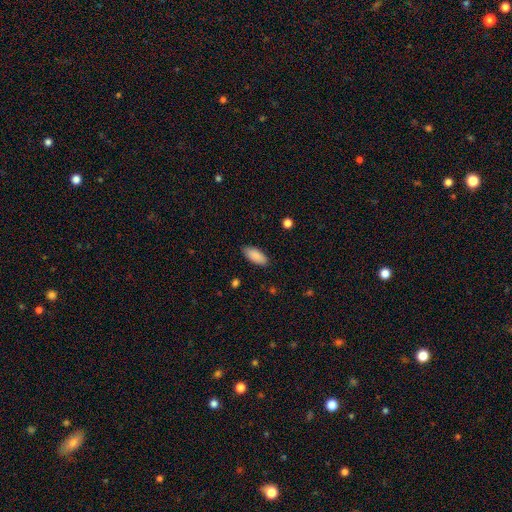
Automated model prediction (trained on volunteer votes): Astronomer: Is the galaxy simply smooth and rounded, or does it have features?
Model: smooth — 89%.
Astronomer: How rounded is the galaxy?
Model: in between — 87%.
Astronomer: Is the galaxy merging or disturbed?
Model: none — 88%.